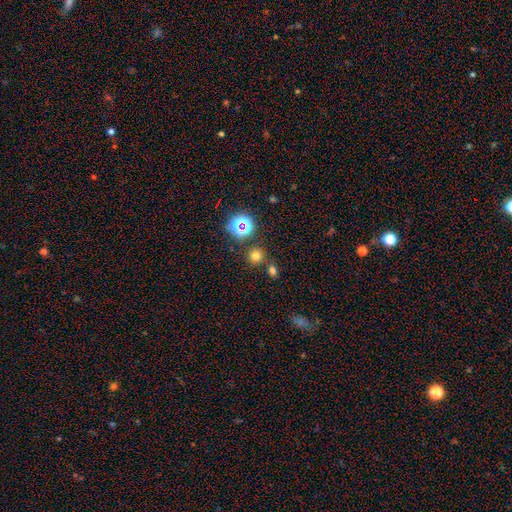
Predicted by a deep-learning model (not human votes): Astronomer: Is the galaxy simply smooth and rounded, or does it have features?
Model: smooth — 69%.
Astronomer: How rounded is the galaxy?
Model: round — 92%.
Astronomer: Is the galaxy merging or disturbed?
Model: none — 78%.